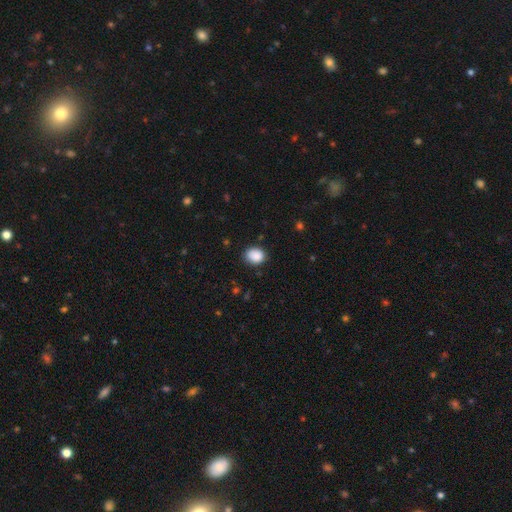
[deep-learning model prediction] Smooth or featured: smooth — 88% (star or artifact — 8%)
How rounded: round — 51% (in between — 48%)
Merging: none — 80% (minor disturbance — 16%)